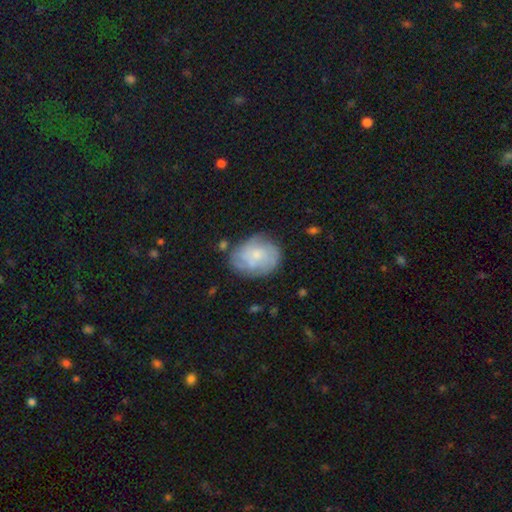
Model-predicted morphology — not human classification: Q: Smooth or featured?
A: featured or disk (48%); runner-up: smooth (44%)
Q: Merging?
A: none (66%); runner-up: minor disturbance (23%)